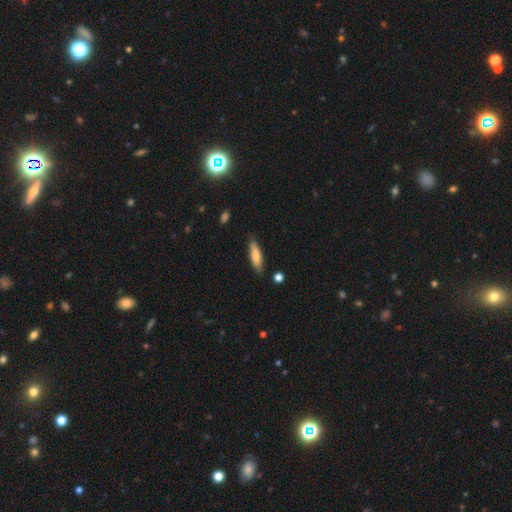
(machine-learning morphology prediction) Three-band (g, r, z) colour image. It shows a smooth galaxy with no disk features (73%) that is cigar-shaped (68%). Merging: none (83%).